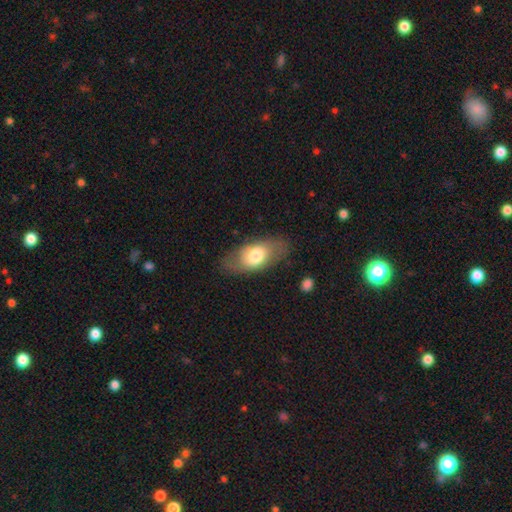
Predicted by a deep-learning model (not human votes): This is likely a smooth galaxy (65%). How rounded: clearly in between (88%). Merging: likely none (75%).